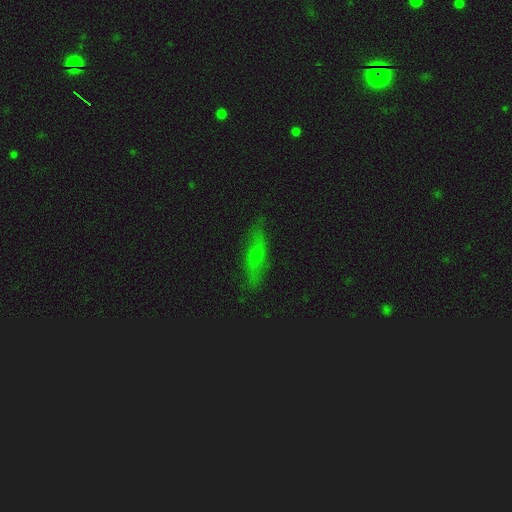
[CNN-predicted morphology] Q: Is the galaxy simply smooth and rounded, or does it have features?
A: featured or disk — 45%.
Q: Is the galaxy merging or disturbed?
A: none — 83%.